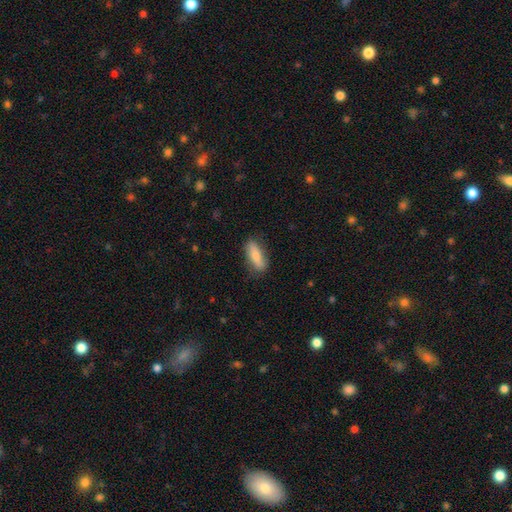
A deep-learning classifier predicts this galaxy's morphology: Smooth or featured?
  - smooth: 73% *
  - featured or disk: 21%
  - star or artifact: 6%
How rounded?
  - in between: 59% *
  - cigar-shaped: 39%
  - round: 2%
Merging?
  - none: 79% *
  - minor disturbance: 16%
  - major disturbance: 3%
  - merger: 1%